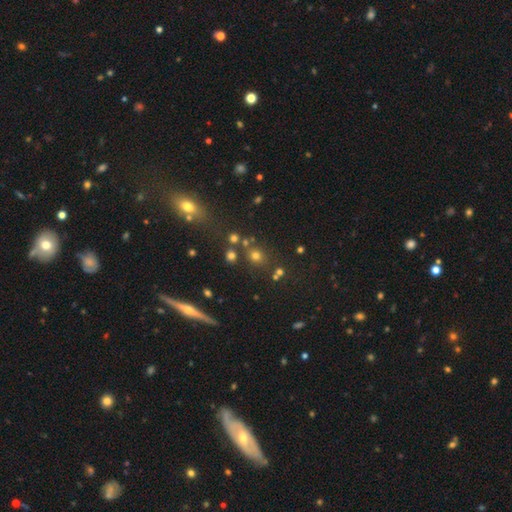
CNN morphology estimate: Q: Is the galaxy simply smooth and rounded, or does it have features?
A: smooth — 56%.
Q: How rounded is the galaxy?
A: round — 85%.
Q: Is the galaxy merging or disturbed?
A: none — 76%.